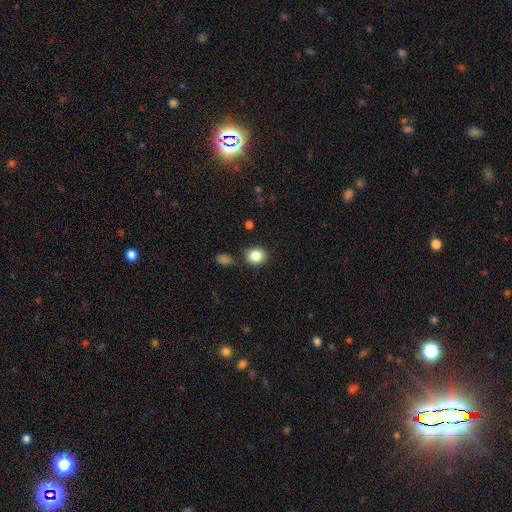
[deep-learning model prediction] smooth-or-featured: smooth: 85% | star or artifact: 9% | featured or disk: 5%
  how-rounded: round: 74% | in between: 25% | cigar-shaped: 1%
  merging: none: 80% | minor disturbance: 12% | merger: 4% | major disturbance: 3%